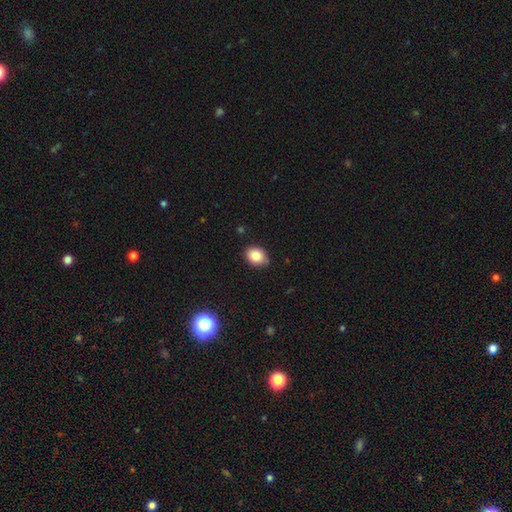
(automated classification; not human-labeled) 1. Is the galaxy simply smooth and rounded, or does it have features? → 85% smooth, 9% star or artifact, 7% featured or disk.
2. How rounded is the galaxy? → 61% in between, 38% round, 1% cigar-shaped.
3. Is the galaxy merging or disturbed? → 82% none, 14% minor disturbance, 2% major disturbance, 1% merger.